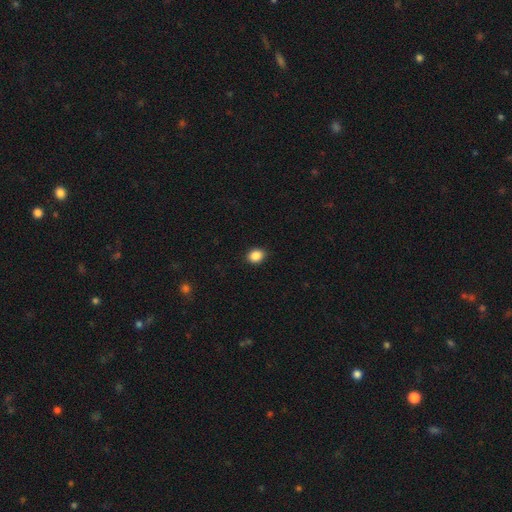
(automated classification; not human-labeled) A smooth galaxy with no disk features (88%) that is round (52%).

Vote fractions:
- Smooth or featured? smooth: 88% / star or artifact: 9% / featured or disk: 3%
- How rounded? round: 52% / in between: 47% / cigar-shaped: 1%
- Merging? none: 90% / minor disturbance: 7% / major disturbance: 2% / merger: 1%